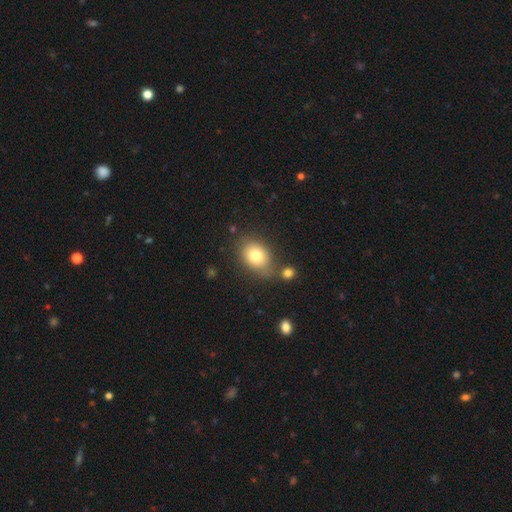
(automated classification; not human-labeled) Smooth or featured: smooth — 77% (featured or disk — 13%)
How rounded: in between — 64% (round — 35%)
Merging: none — 63% (minor disturbance — 18%)